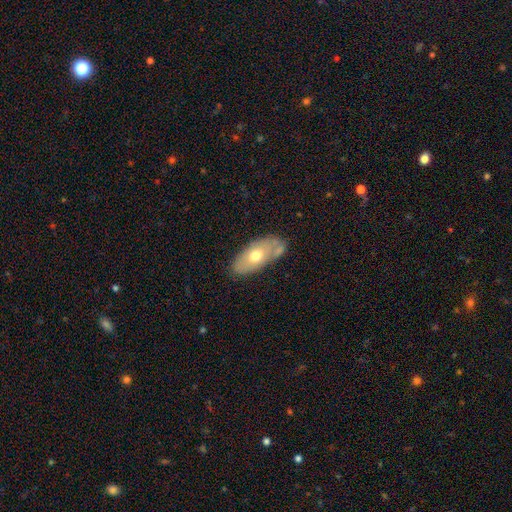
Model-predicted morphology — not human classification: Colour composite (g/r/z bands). It shows a smooth galaxy with no disk features (55%) that is in between round and cigar-shaped (88%). Merging: none (66%).